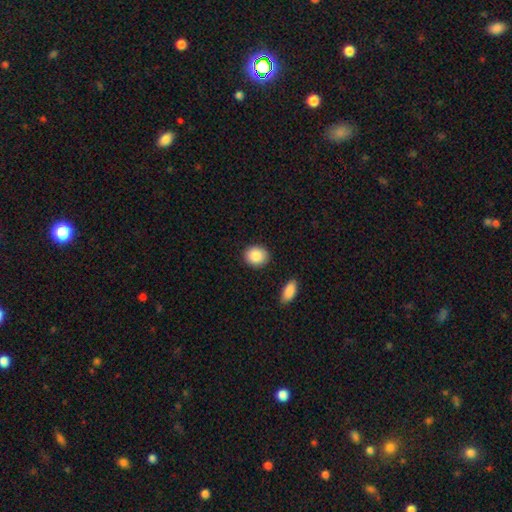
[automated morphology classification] Smooth or featured? Predicted: smooth (p=0.89). How rounded? Predicted: round (p=0.72). Merging? Predicted: none (p=0.88).